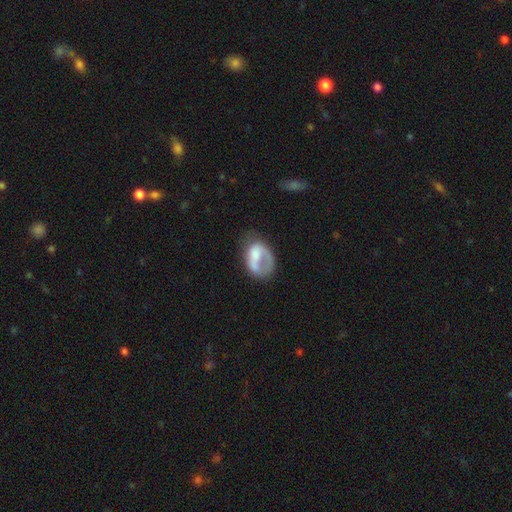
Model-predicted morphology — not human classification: The model was most divided on "merging": major disturbance: 39%, none: 31%, minor disturbance: 23%, merger: 7%. More confident: how rounded — in between (75%); smooth or featured — smooth (54%).